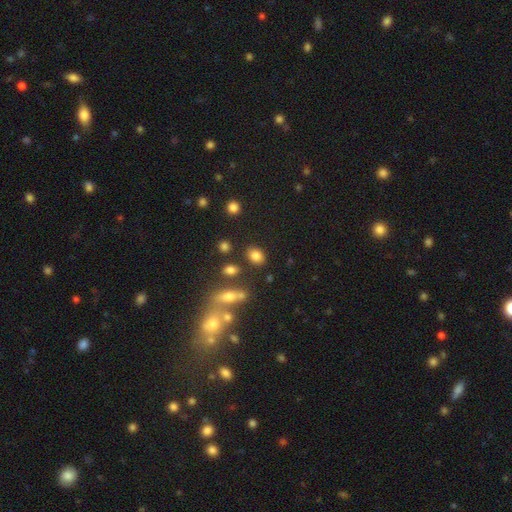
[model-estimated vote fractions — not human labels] smooth_or_featured: smooth (p=0.81) [alt: star or artifact p=0.11]
how_rounded: in between (p=0.70) [alt: round p=0.28]
merging: none (p=0.80) [alt: minor disturbance p=0.11]